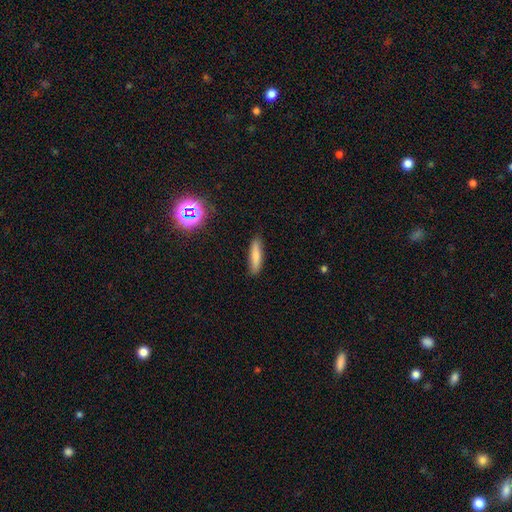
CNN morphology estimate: The model was most divided on "how rounded": cigar-shaped: 79%, in between: 19%, round: 2%. More confident: merging — none (88%); smooth or featured — smooth (77%).